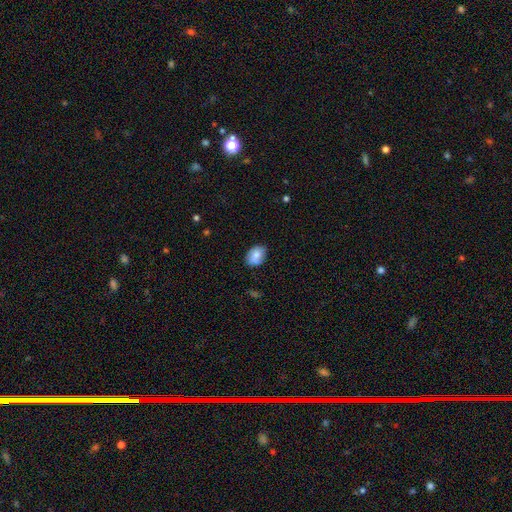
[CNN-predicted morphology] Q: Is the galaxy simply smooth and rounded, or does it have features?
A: smooth — 77%.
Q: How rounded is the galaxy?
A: in between — 78%.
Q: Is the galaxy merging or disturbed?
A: none — 76%.